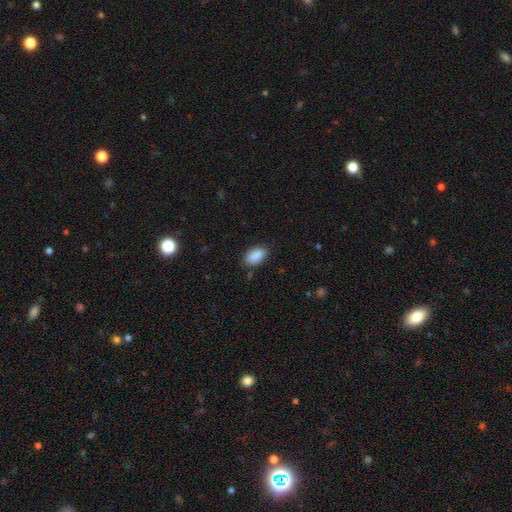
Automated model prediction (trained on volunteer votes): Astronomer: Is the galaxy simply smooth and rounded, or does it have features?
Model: smooth — 90%.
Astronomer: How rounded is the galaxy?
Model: in between — 93%.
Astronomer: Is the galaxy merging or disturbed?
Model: none — 83%.